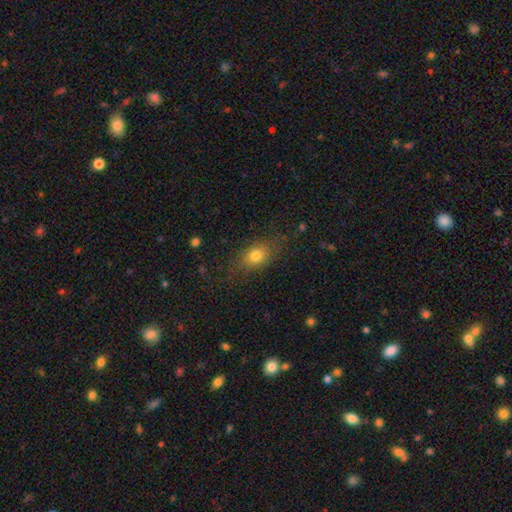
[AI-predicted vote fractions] A smooth galaxy with no disk features (75%) that is in between round and cigar-shaped (69%).

Vote fractions:
- Smooth or featured? smooth: 75% / featured or disk: 14% / star or artifact: 11%
- How rounded? in between: 69% / round: 25% / cigar-shaped: 6%
- Merging? none: 75% / minor disturbance: 16% / major disturbance: 7% / merger: 2%